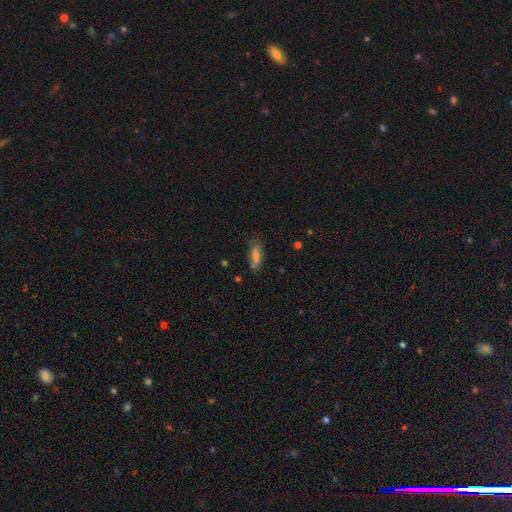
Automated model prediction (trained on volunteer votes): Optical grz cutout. It shows a smooth galaxy with no disk features (64%) that is in between round and cigar-shaped (64%). Merging: none (68%).